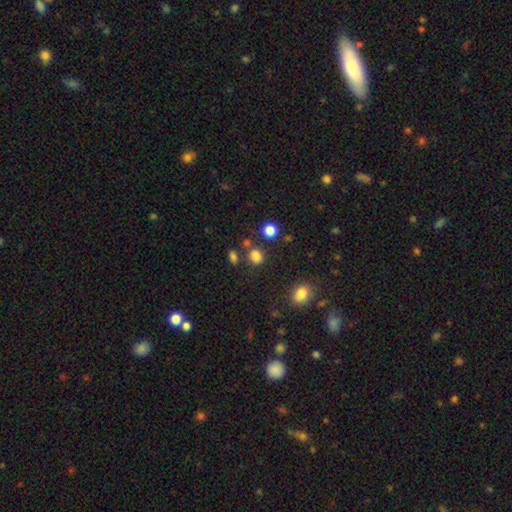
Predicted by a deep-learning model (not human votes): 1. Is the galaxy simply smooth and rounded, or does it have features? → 81% smooth, 15% star or artifact, 5% featured or disk.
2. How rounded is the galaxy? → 76% round, 23% in between, 1% cigar-shaped.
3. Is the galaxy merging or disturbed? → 76% none, 10% minor disturbance, 9% merger, 4% major disturbance.